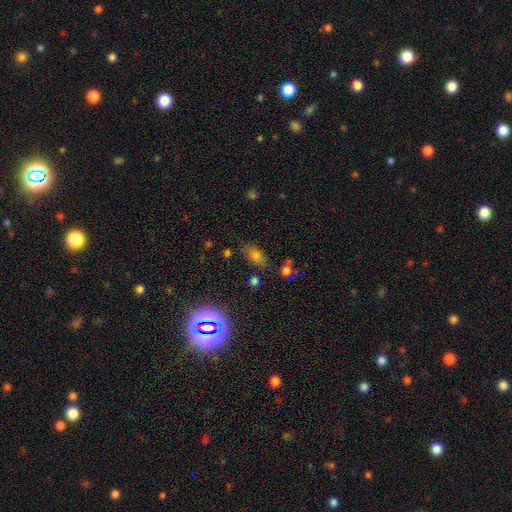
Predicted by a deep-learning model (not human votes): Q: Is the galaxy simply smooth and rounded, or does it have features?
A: smooth — 66%.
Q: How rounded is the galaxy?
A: in between — 85%.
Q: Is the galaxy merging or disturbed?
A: none — 70%.